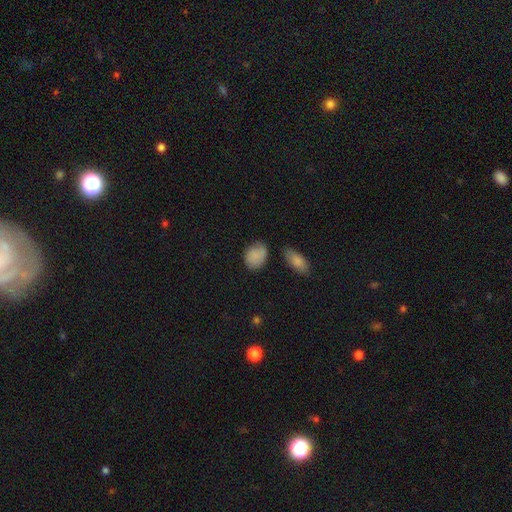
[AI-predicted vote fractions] Morphology: type=smooth (83%); roundness=in between (64%); merging=none (63%).